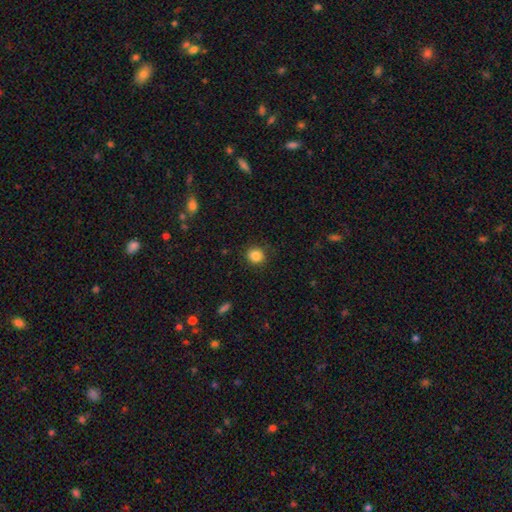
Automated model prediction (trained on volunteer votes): Smooth or featured?
  - smooth: 86% *
  - star or artifact: 10%
  - featured or disk: 4%
How rounded?
  - round: 85% *
  - in between: 14%
  - cigar-shaped: 1%
Merging?
  - none: 88% *
  - minor disturbance: 8%
  - major disturbance: 3%
  - merger: 1%